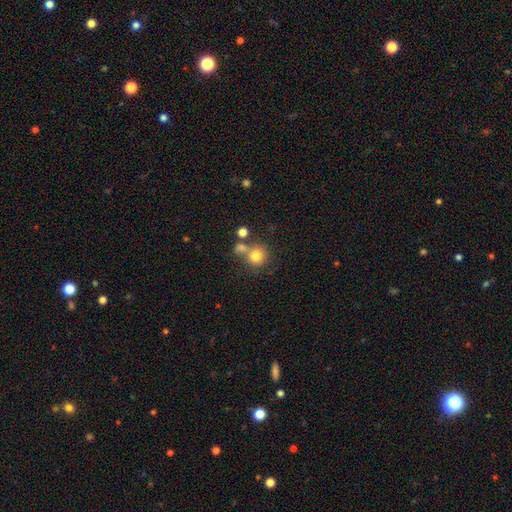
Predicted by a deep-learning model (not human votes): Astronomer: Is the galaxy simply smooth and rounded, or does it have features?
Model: smooth — 77%.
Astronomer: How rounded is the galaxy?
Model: round — 86%.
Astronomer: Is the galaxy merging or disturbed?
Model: none — 54%.